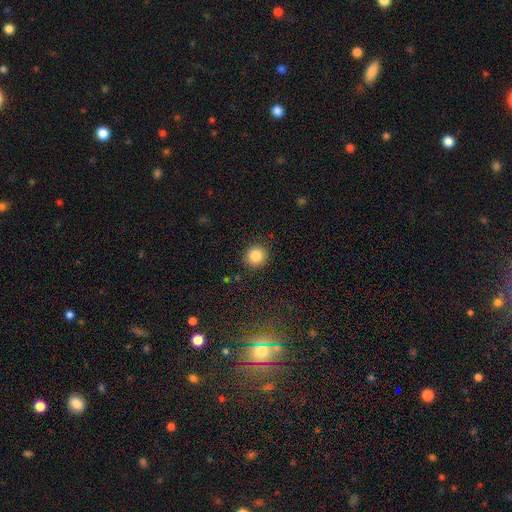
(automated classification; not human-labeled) Smooth or featured?
  - smooth: 85% *
  - star or artifact: 10%
  - featured or disk: 4%
How rounded?
  - round: 92% *
  - in between: 8%
  - cigar-shaped: 1%
Merging?
  - none: 90% *
  - minor disturbance: 7%
  - major disturbance: 2%
  - merger: 1%